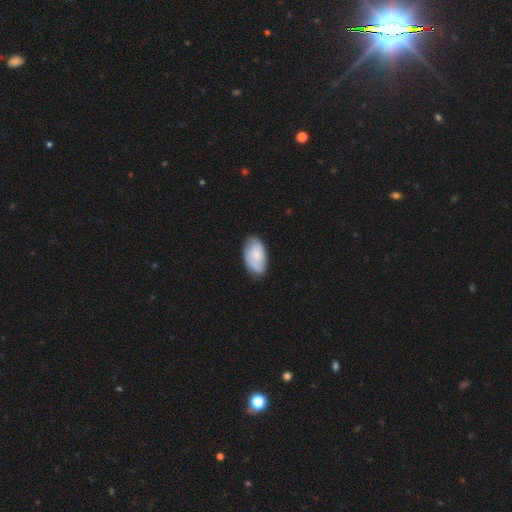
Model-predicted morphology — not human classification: Q: Smooth or featured?
A: smooth (55%); runner-up: featured or disk (39%)
Q: How rounded?
A: in between (93%); runner-up: round (5%)
Q: Merging?
A: none (76%); runner-up: minor disturbance (19%)